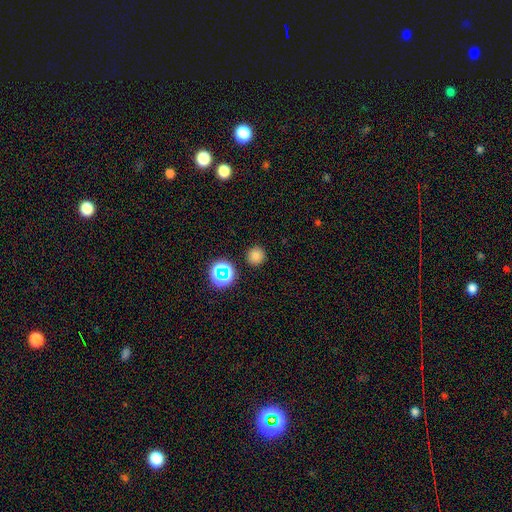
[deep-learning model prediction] smooth 75%, star or artifact 19%, featured or disk 5%. Down the decision tree: how rounded — round (93%); merging — none (89%).